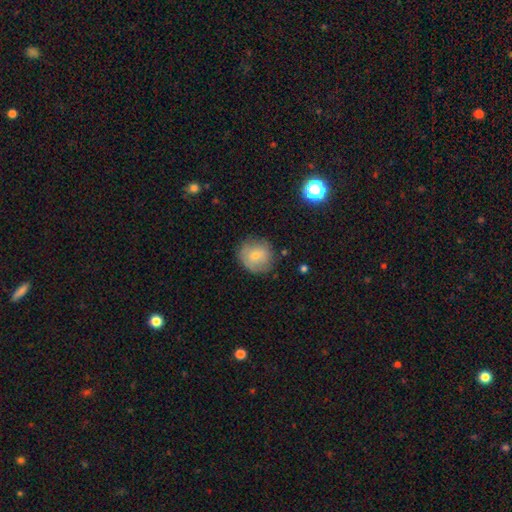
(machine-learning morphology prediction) A smooth galaxy with no disk features (73%) that is round (89%).

Vote fractions:
- Smooth or featured? smooth: 73% / featured or disk: 19% / star or artifact: 8%
- How rounded? round: 89% / in between: 10% / cigar-shaped: 1%
- Merging? none: 77% / minor disturbance: 17% / major disturbance: 4% / merger: 2%